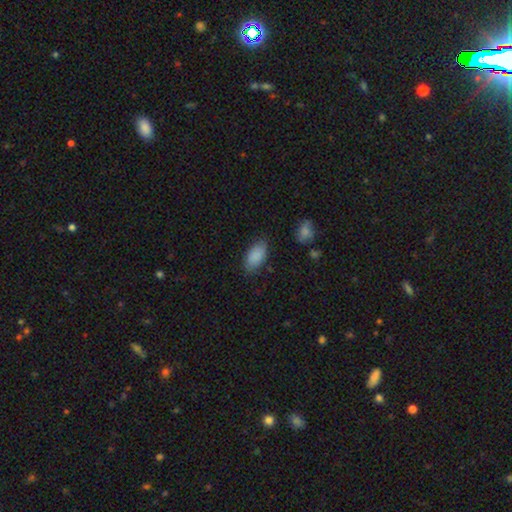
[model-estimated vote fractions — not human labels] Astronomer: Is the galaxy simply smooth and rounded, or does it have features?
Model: smooth — 88%.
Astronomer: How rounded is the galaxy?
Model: in between — 93%.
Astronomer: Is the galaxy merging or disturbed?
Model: none — 79%.